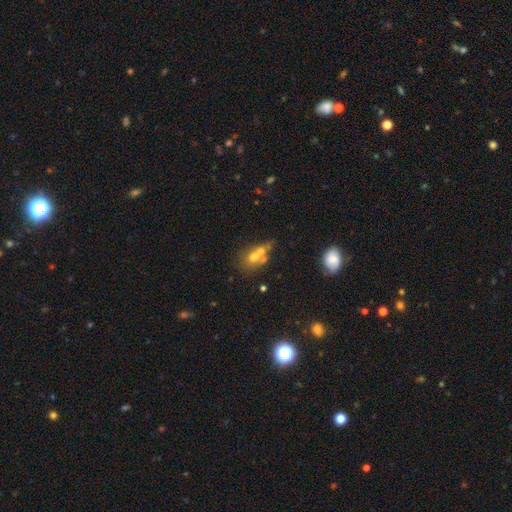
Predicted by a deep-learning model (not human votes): Overall: smooth (52%; featured or disk 33%). How rounded: in between (55%; round 41%). Merging: merger (53%; none 27%).